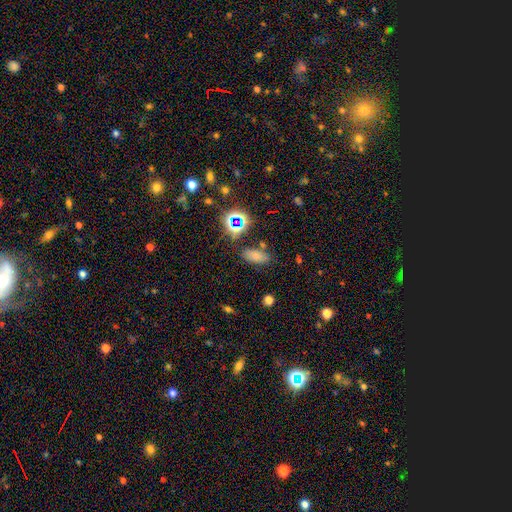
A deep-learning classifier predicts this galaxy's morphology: This is likely a smooth galaxy (68%). How rounded: clearly in between (85%). Merging: likely none (76%).